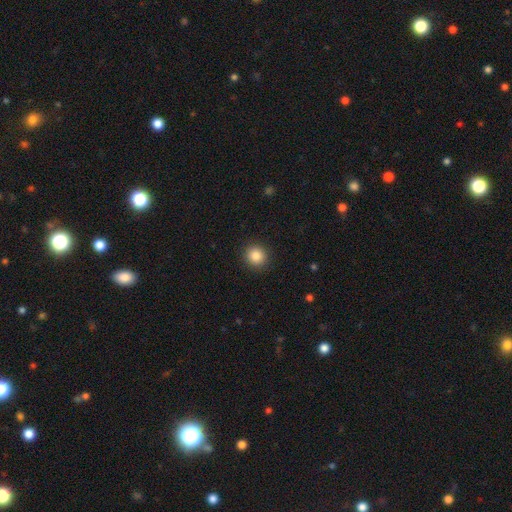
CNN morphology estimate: Q: Smooth or featured?
A: smooth (85%); runner-up: star or artifact (10%)
Q: How rounded?
A: round (90%); runner-up: in between (9%)
Q: Merging?
A: none (92%); runner-up: minor disturbance (5%)